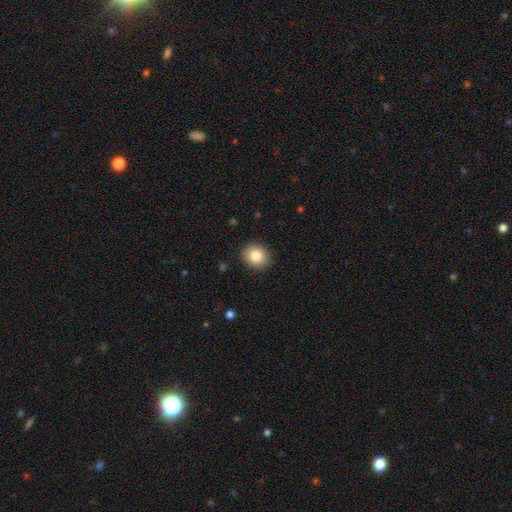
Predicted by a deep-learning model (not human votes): Q: Smooth or featured?
A: smooth (84%); runner-up: star or artifact (9%)
Q: How rounded?
A: round (71%); runner-up: in between (28%)
Q: Merging?
A: none (90%); runner-up: minor disturbance (7%)